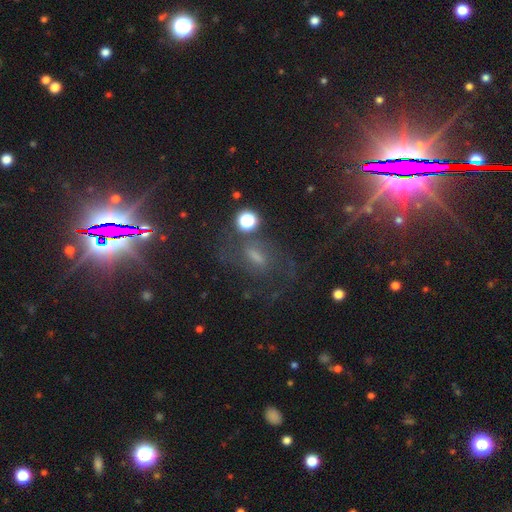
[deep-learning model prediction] Overall: featured or disk (51%; star or artifact 26%). Edge-on disk: no (92%). Merging: none (59%).